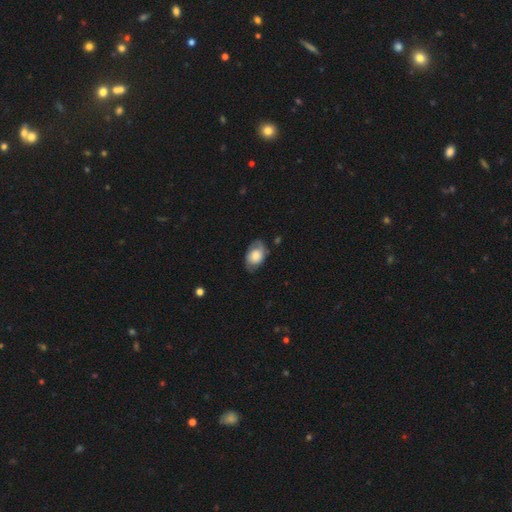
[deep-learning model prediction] A smooth galaxy with no disk features (53%) that is in between round and cigar-shaped (83%). Merging: none (65%).